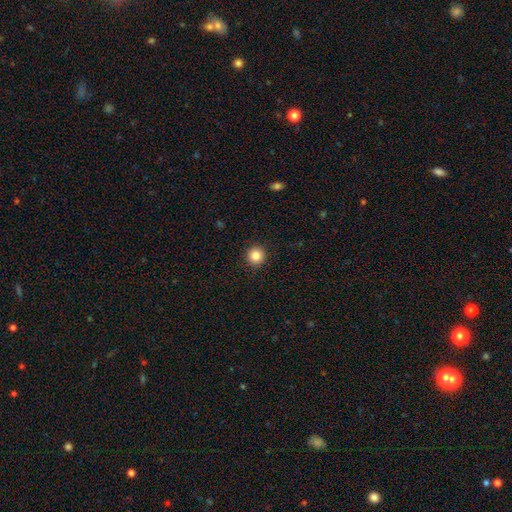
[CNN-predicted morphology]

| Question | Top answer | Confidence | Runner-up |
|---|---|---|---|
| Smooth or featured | smooth | 85% | star or artifact (10%) |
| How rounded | round | 94% | in between (5%) |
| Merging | none | 92% | minor disturbance (5%) |